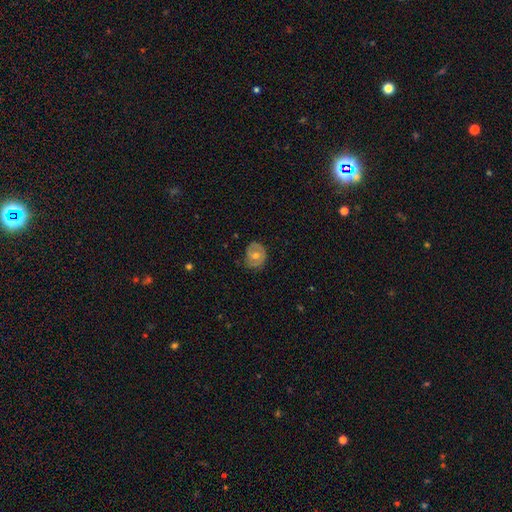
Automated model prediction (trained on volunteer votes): featured or disk 53%, smooth 40%, star or artifact 8%. Down the decision tree: edge-on disk — no (96%); bar — no (75%); spiral arms — yes (50%, tied with no); bulge size — moderate (69%); merging — none (71%).